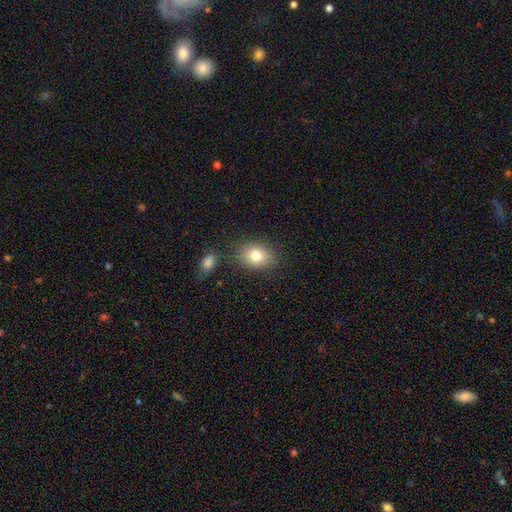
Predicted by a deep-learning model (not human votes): Overall: smooth (79%). How rounded: in between (60%; round 39%). Merging: none (80%).